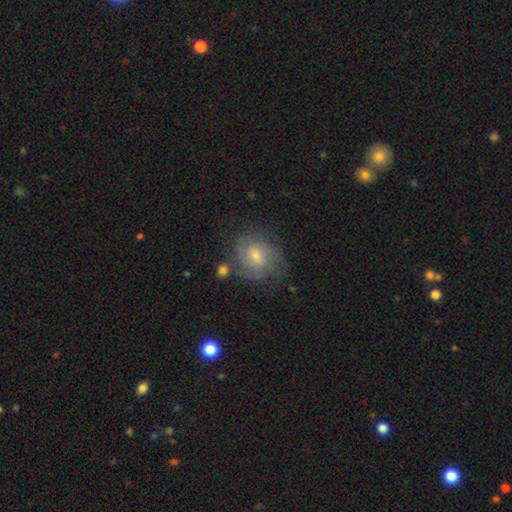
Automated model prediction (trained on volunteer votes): Morphology: type=featured or disk (69%); edge-on=no (97%); bar=weak (52%); spiral arms=yes (92%); winding=tight (56%); arm count=2 (42%); bulge=moderate (49%); merging=none (71%).